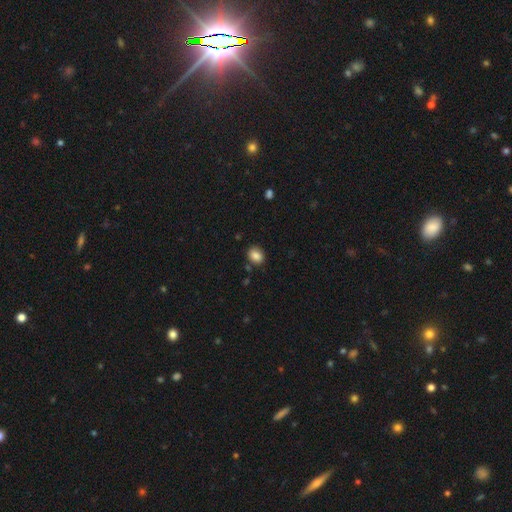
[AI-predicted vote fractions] Smooth or featured?
  - smooth: 86% *
  - star or artifact: 9%
  - featured or disk: 5%
How rounded?
  - round: 53% *
  - in between: 46%
  - cigar-shaped: 1%
Merging?
  - none: 83% *
  - minor disturbance: 11%
  - merger: 3%
  - major disturbance: 3%